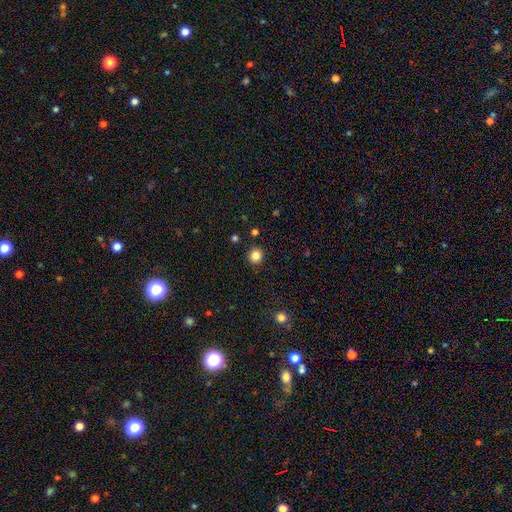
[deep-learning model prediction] Smooth or featured: smooth — 85% (star or artifact — 11%)
How rounded: round — 90% (in between — 9%)
Merging: none — 91% (minor disturbance — 6%)